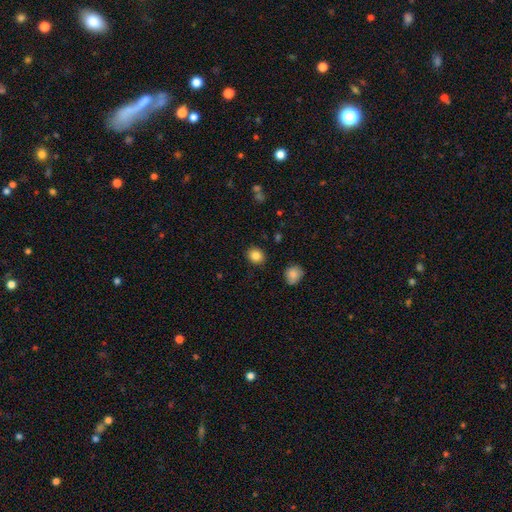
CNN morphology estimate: smooth_or_featured: smooth (p=0.84) [alt: star or artifact p=0.10]
how_rounded: round (p=0.69) [alt: in between p=0.30]
merging: none (p=0.89) [alt: minor disturbance p=0.07]